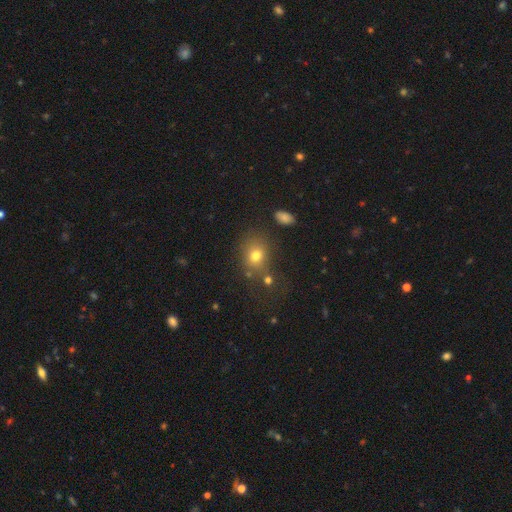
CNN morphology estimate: smooth_or_featured: smooth (p=0.74) [alt: star or artifact p=0.15]
how_rounded: round (p=0.56) [alt: in between p=0.42]
merging: none (p=0.65) [alt: minor disturbance p=0.15]